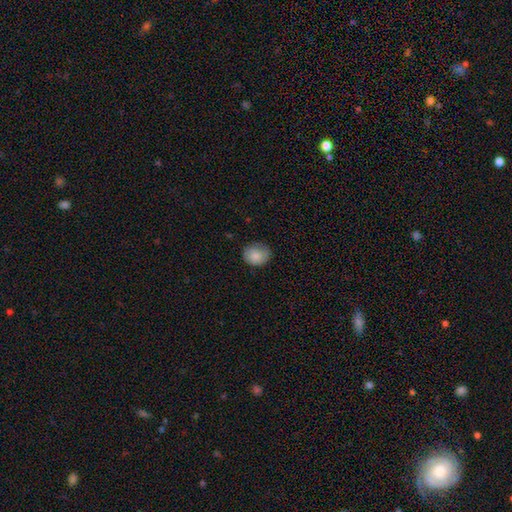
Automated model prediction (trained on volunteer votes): smooth-or-featured: smooth: 85% | featured or disk: 8% | star or artifact: 7%
  how-rounded: round: 69% | in between: 30% | cigar-shaped: 1%
  merging: none: 74% | minor disturbance: 21% | major disturbance: 4% | merger: 1%